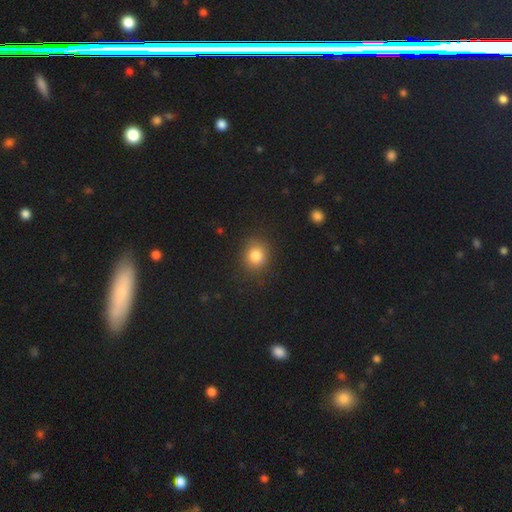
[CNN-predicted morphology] smooth-or-featured: smooth: 82% | star or artifact: 11% | featured or disk: 6%
  how-rounded: round: 79% | in between: 21% | cigar-shaped: 1%
  merging: none: 86% | minor disturbance: 10% | major disturbance: 3% | merger: 1%